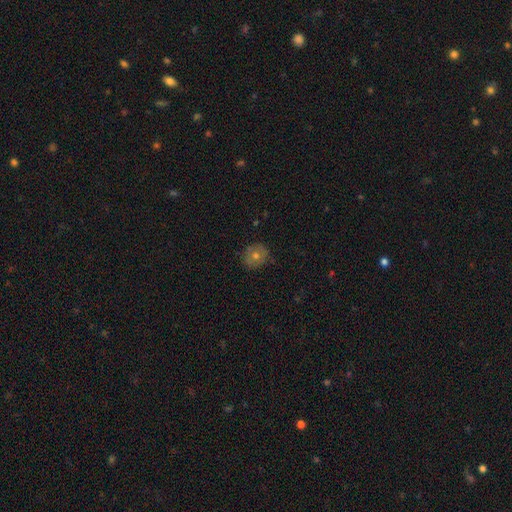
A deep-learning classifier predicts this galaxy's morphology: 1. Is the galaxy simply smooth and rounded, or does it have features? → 57% smooth, 30% featured or disk, 13% star or artifact.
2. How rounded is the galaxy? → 84% round, 15% in between, 1% cigar-shaped.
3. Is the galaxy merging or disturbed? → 84% none, 12% minor disturbance, 3% major disturbance, 1% merger.